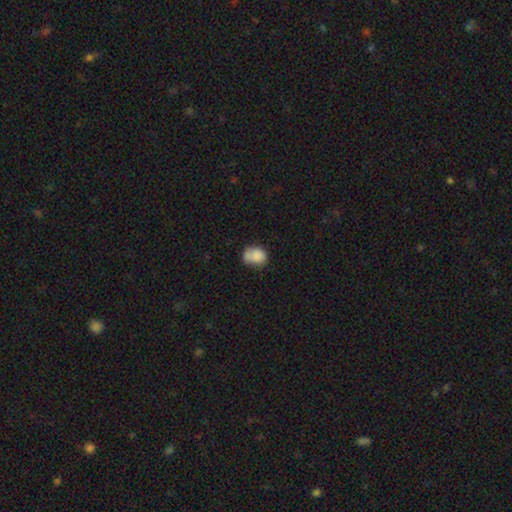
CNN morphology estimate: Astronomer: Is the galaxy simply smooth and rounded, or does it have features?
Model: smooth — 80%.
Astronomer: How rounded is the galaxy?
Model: in between — 57% (runner-up: round, 42%).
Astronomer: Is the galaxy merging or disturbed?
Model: none — 47% (runner-up: minor disturbance, 30%).